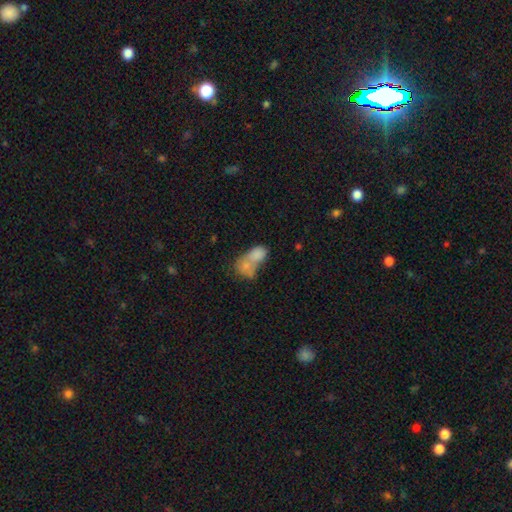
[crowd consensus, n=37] Volunteers were most divided on "how rounded": in between: 63%, round: 37%, cigar-shaped: 0%. More confident: smooth or featured — smooth (81%); merging — merger (64%).